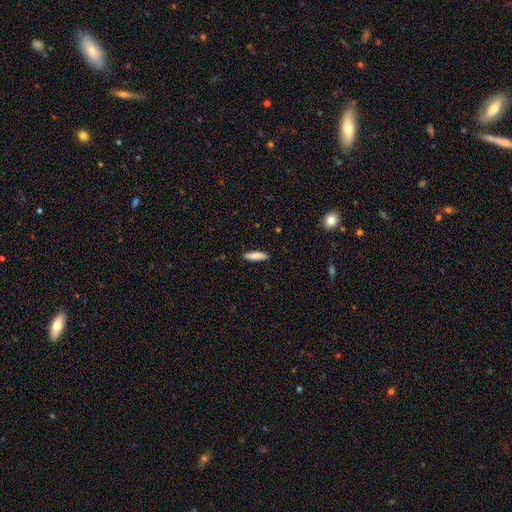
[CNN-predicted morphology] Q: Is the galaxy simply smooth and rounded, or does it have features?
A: smooth — 82%.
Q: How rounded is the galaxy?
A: cigar-shaped — 66%.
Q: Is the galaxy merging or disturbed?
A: none — 89%.